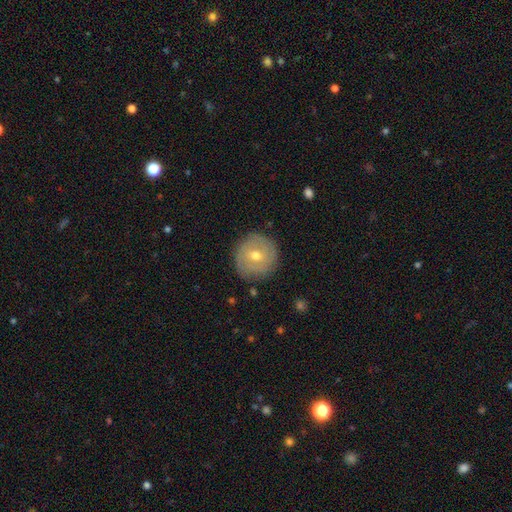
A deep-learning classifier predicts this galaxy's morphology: smooth-or-featured: featured or disk: 51% | smooth: 40% | star or artifact: 9%
  disk-edge-on: no: 96% | yes: 4%
  merging: none: 85% | minor disturbance: 11% | major disturbance: 3% | merger: 1%